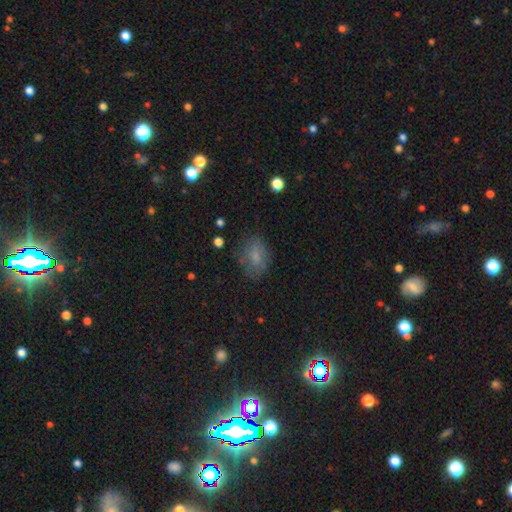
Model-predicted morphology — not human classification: smooth_or_featured: smooth (p=0.72) [alt: featured or disk p=0.16]
how_rounded: in between (p=0.73) [alt: round p=0.26]
merging: none (p=0.70) [alt: minor disturbance p=0.20]